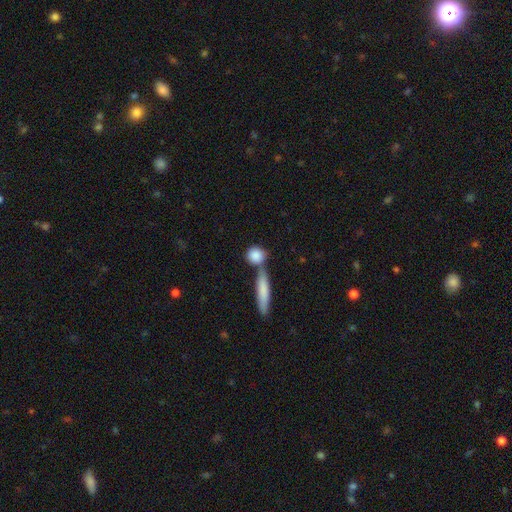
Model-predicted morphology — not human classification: smooth-or-featured: smooth: 85% | featured or disk: 9% | star or artifact: 7%
  how-rounded: round: 69% | in between: 20% | cigar-shaped: 11%
  merging: none: 58% | merger: 27% | minor disturbance: 11% | major disturbance: 4%